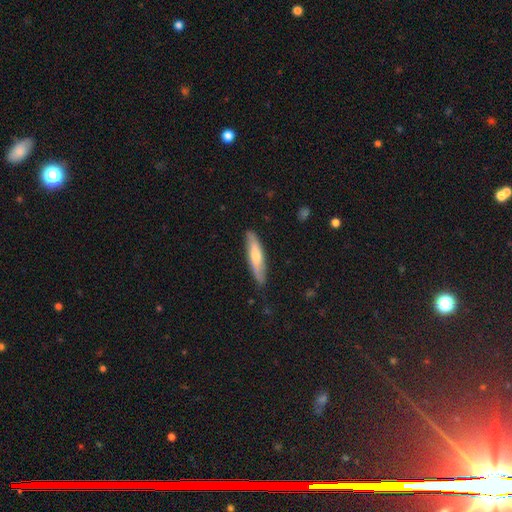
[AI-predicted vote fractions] Q: Smooth or featured?
A: smooth (59%); runner-up: featured or disk (36%)
Q: How rounded?
A: cigar-shaped (81%); runner-up: in between (17%)
Q: Merging?
A: none (83%); runner-up: minor disturbance (14%)